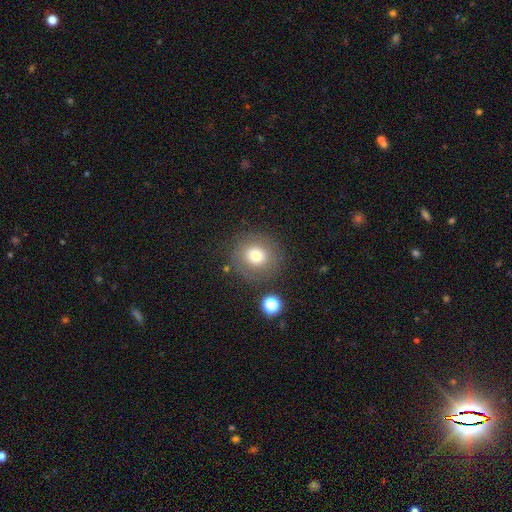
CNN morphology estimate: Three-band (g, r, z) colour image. It shows a smooth galaxy with no disk features (70%) that is round (91%). Merging: none (81%).